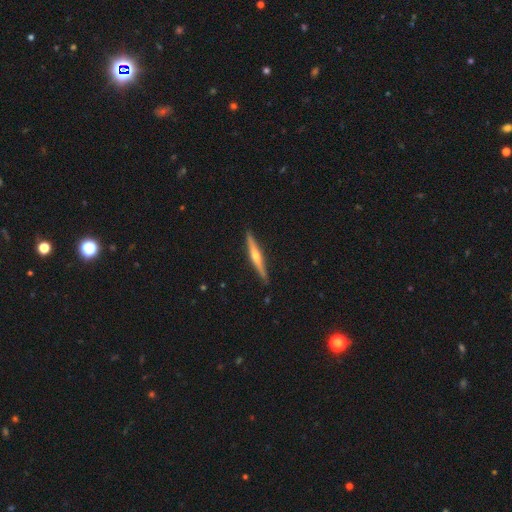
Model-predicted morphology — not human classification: Overall: featured or disk (74%). Edge-on disk: yes (98%). Edge-on bulge: rounded (90%). Merging: none (91%).